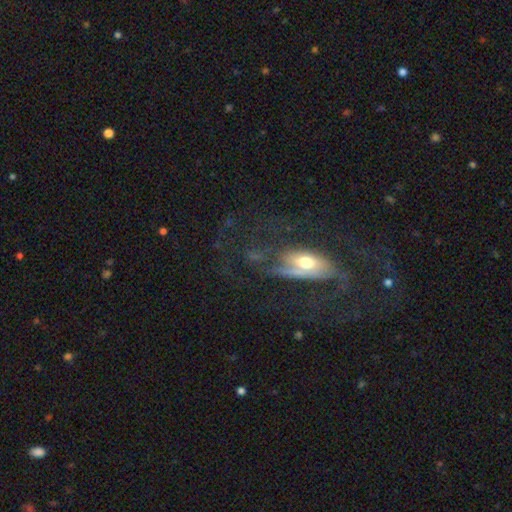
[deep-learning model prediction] Smooth or featured?
  - featured or disk: 76% *
  - smooth: 15%
  - star or artifact: 9%
Edge-on disk?
  - no: 89% *
  - yes: 11%
Bar?
  - no: 52% *
  - weak: 29%
  - strong: 19%
Spiral arms?
  - yes: 78% *
  - no: 22%
Spiral winding?
  - medium: 43% *
  - loose: 34%
  - tight: 23%
Spiral arm count?
  - 2: 56% *
  - can't tell: 22%
  - 1: 8%
  - 3: 8%
  - 4: 4%
  - more than 4: 4%
Bulge size?
  - moderate: 60% *
  - small: 26%
  - large: 10%
  - dominant: 2%
  - none: 2%
Merging?
  - none: 54% *
  - major disturbance: 28%
  - minor disturbance: 15%
  - merger: 3%